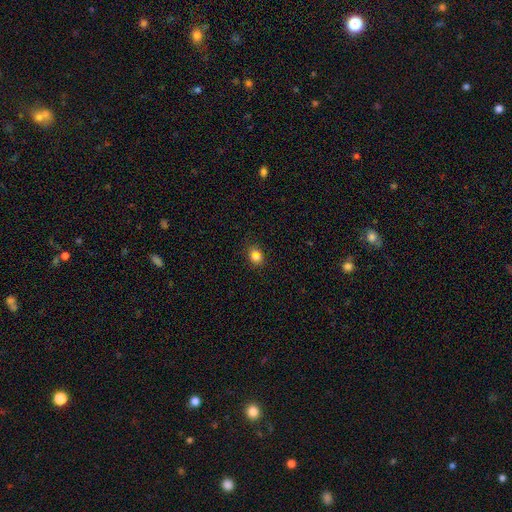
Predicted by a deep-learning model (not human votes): smooth_or_featured: smooth (p=0.69) [alt: star or artifact p=0.23]
how_rounded: round (p=0.59) [alt: in between p=0.40]
merging: none (p=0.81) [alt: minor disturbance p=0.11]